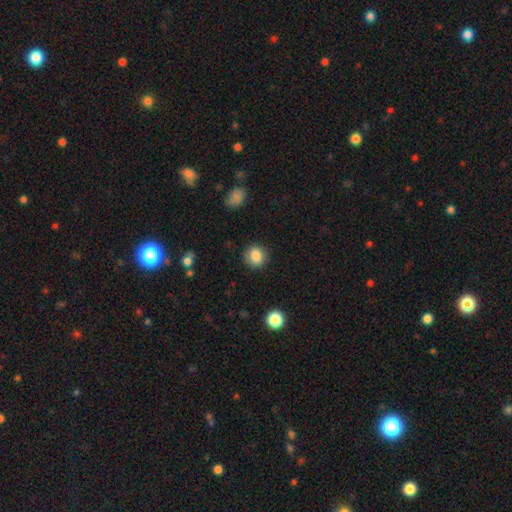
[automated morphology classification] Q: Smooth or featured?
A: smooth (86%); runner-up: star or artifact (9%)
Q: How rounded?
A: round (81%); runner-up: in between (18%)
Q: Merging?
A: none (88%); runner-up: minor disturbance (8%)